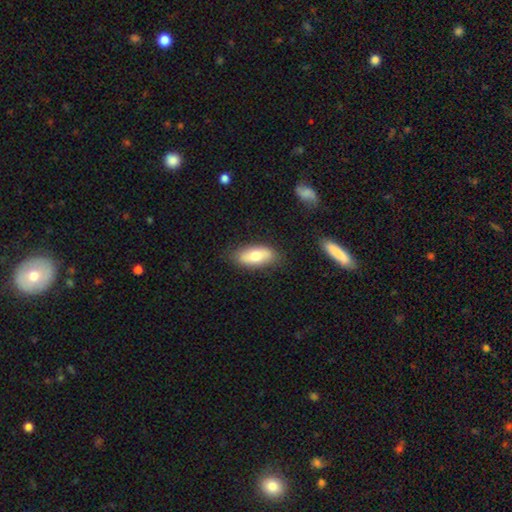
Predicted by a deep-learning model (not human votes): Smooth or featured? Predicted: smooth (p=0.73). How rounded? Predicted: in between (p=0.87). Merging? Predicted: none (p=0.80).